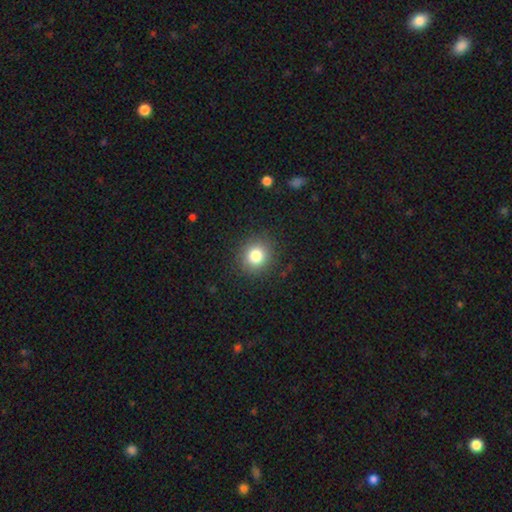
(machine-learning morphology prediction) Smooth or featured? Predicted: smooth (p=0.82). How rounded? Predicted: round (p=0.86). Merging? Predicted: none (p=0.89).